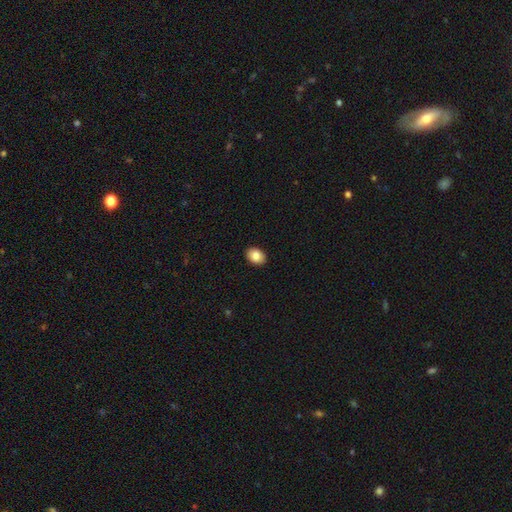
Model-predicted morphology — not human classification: Smooth or featured?
  - smooth: 85% *
  - star or artifact: 8%
  - featured or disk: 7%
How rounded?
  - in between: 75% *
  - round: 24%
  - cigar-shaped: 1%
Merging?
  - none: 91% *
  - minor disturbance: 7%
  - major disturbance: 2%
  - merger: 1%